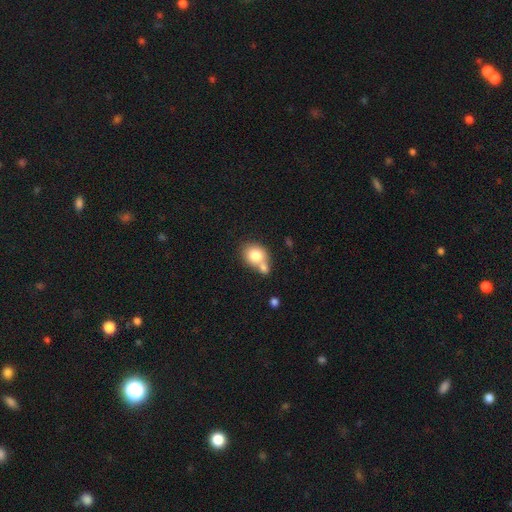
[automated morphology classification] smooth_or_featured: smooth (p=0.78) [alt: featured or disk p=0.13]
how_rounded: round (p=0.59) [alt: in between p=0.40]
merging: merger (p=0.48) [alt: none p=0.37]